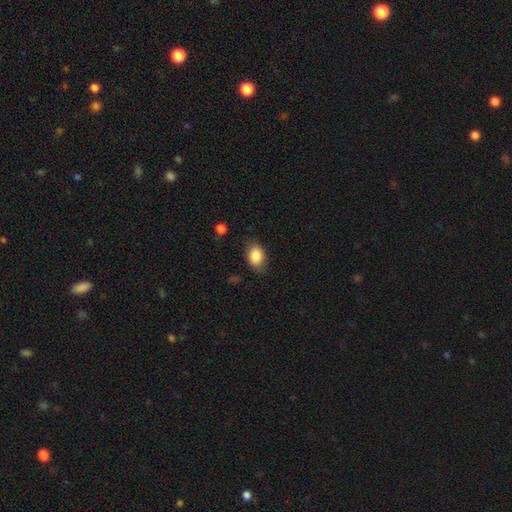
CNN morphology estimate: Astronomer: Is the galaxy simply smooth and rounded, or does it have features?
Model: smooth — 86%.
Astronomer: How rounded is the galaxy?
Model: in between — 82%.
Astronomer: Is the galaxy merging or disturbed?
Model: none — 77%.